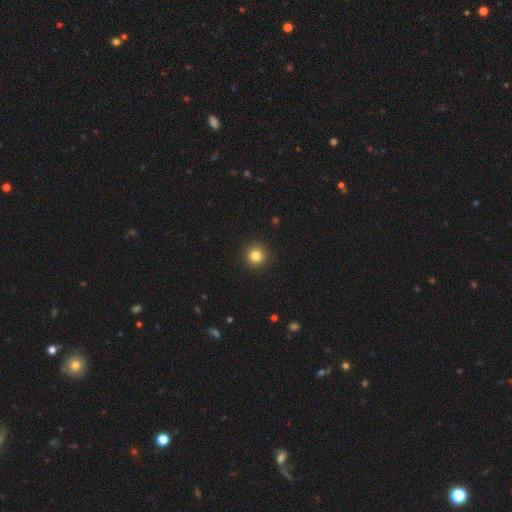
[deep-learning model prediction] Q: Smooth or featured?
A: smooth (82%); runner-up: star or artifact (12%)
Q: How rounded?
A: round (95%); runner-up: in between (4%)
Q: Merging?
A: none (92%); runner-up: minor disturbance (5%)